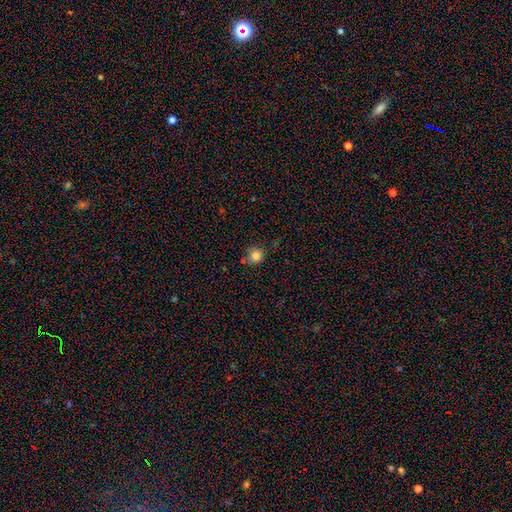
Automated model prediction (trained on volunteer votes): The model was most divided on "merging": none: 73%, minor disturbance: 17%, merger: 6%, major disturbance: 4%. More confident: how rounded — round (88%); smooth or featured — smooth (83%).